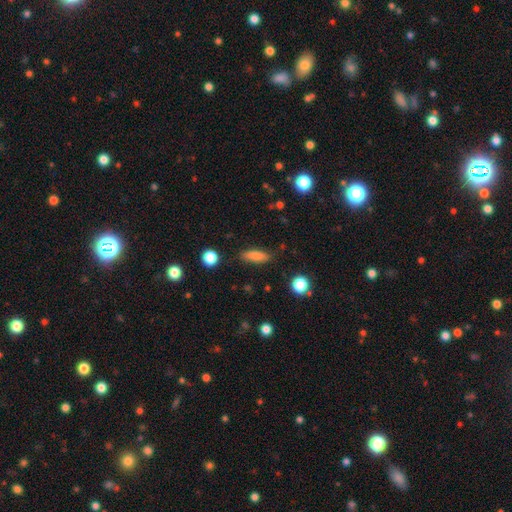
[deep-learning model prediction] Smooth or featured? Predicted: smooth (p=0.81). How rounded? Predicted: in between (p=0.51). Merging? Predicted: none (p=0.83).